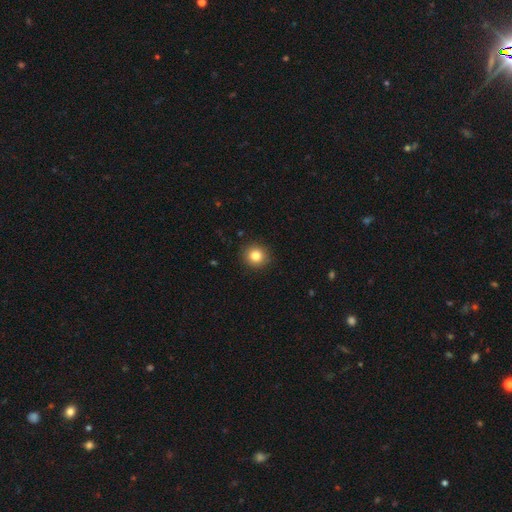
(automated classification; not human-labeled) A smooth galaxy with no disk features (83%) that is round (89%). Merging: none (92%).